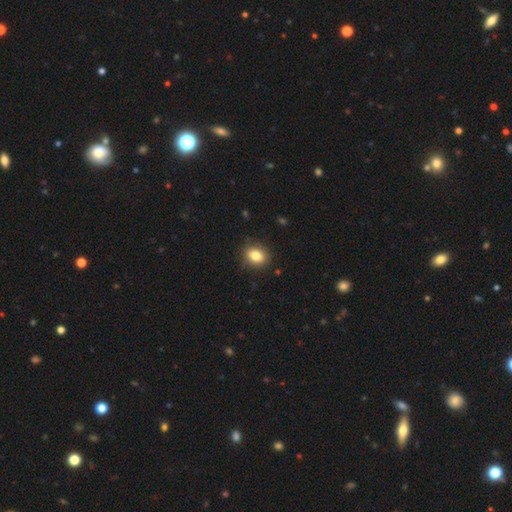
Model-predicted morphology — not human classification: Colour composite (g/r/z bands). It shows a smooth galaxy with no disk features (83%) that is in between round and cigar-shaped (54%). Merging: none (86%).